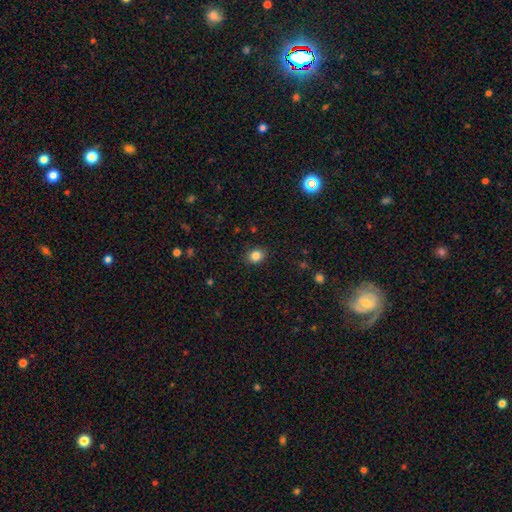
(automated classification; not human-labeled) A smooth galaxy with no disk features (84%) that is round (54%).

Vote fractions:
- Smooth or featured? smooth: 84% / star or artifact: 10% / featured or disk: 5%
- How rounded? round: 54% / in between: 45% / cigar-shaped: 1%
- Merging? none: 88% / minor disturbance: 9% / major disturbance: 2% / merger: 1%